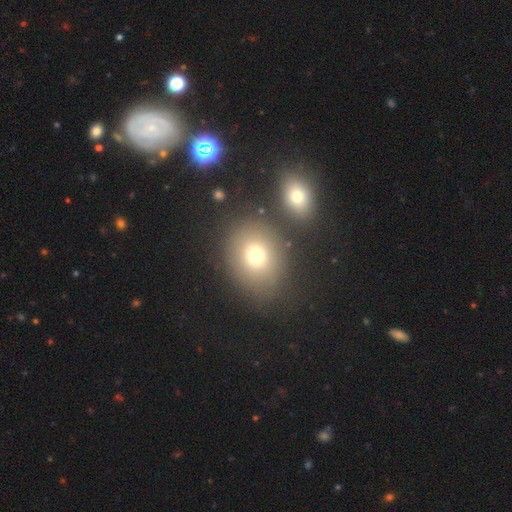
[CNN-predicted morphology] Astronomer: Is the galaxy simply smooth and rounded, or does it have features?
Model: smooth — 73%.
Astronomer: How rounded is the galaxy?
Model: round — 61% (runner-up: in between, 38%).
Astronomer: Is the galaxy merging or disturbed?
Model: none — 72%.